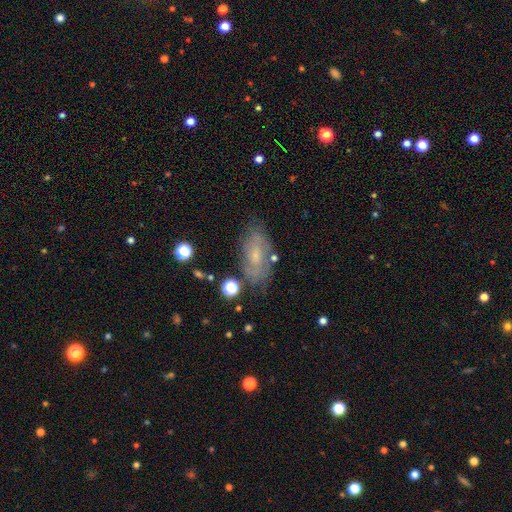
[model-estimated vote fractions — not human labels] smooth 46%, featured or disk 43%, star or artifact 11%. Down the decision tree: merging — none (71%).